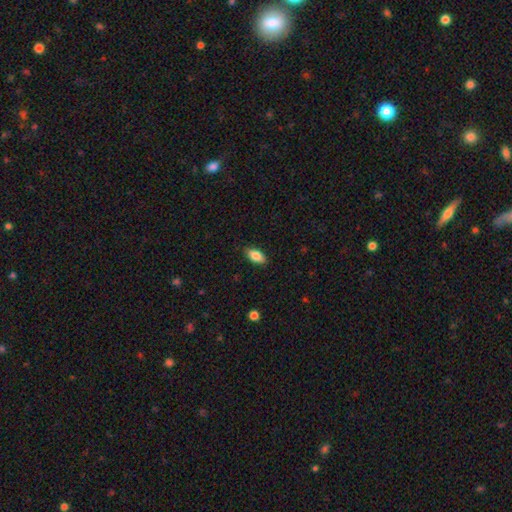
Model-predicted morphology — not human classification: Overall: smooth (85%). How rounded: in between (91%). Merging: none (87%).